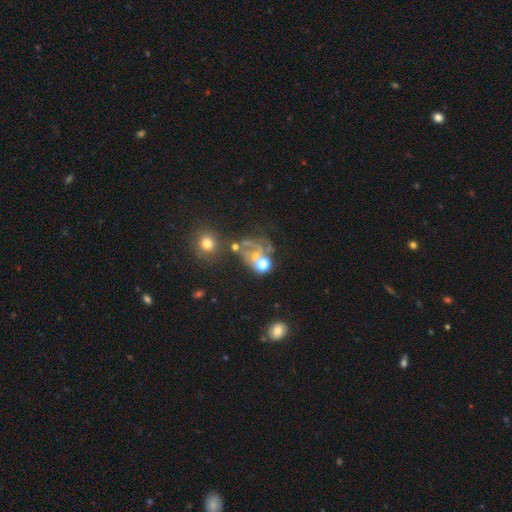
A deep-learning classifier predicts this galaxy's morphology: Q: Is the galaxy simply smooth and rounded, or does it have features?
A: featured or disk — 39%.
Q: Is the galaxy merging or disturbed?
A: none — 37%.